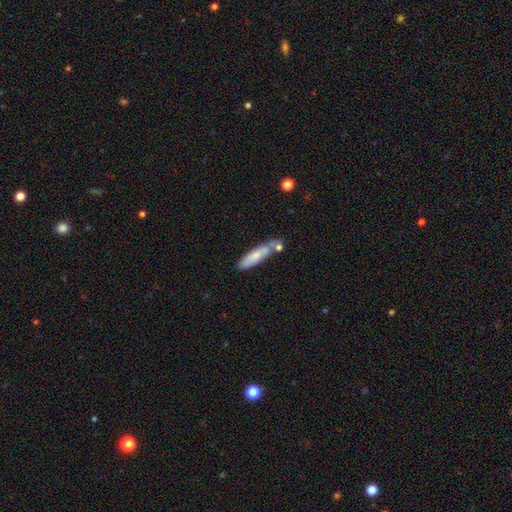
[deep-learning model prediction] Smooth or featured? Predicted: smooth (p=0.70). How rounded? Predicted: cigar-shaped (p=0.74). Merging? Predicted: none (p=0.53).